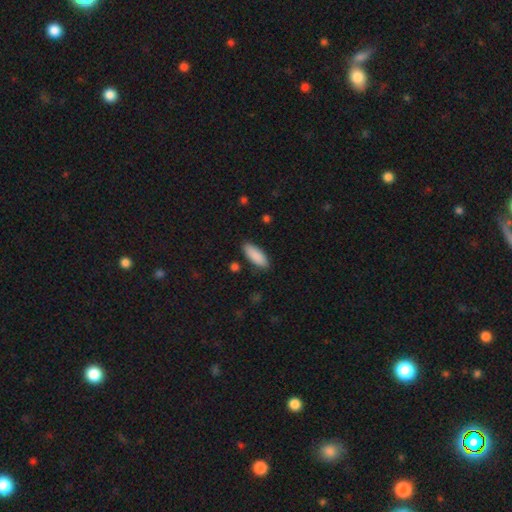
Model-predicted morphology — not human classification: Smooth or featured?
  - smooth: 90% *
  - star or artifact: 6%
  - featured or disk: 5%
How rounded?
  - in between: 71% *
  - cigar-shaped: 27%
  - round: 2%
Merging?
  - none: 86% *
  - minor disturbance: 10%
  - major disturbance: 2%
  - merger: 2%